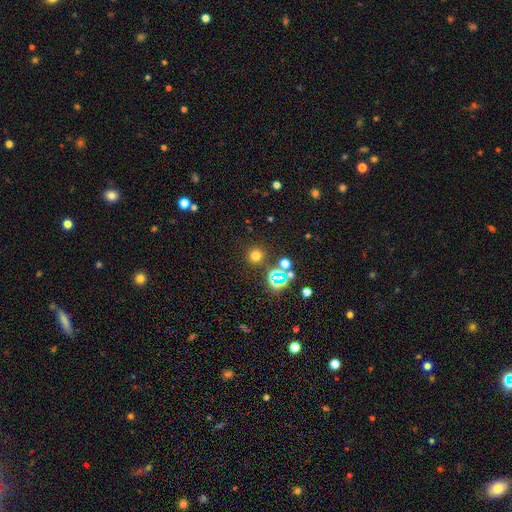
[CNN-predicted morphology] The model was most divided on "smooth or featured": smooth: 69%, star or artifact: 25%, featured or disk: 6%. More confident: how rounded — round (94%); merging — none (87%).